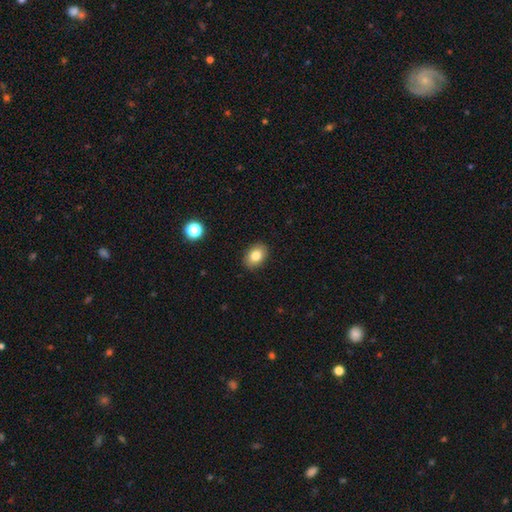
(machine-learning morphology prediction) Smooth or featured? Predicted: smooth (p=0.82). How rounded? Predicted: in between (p=0.73). Merging? Predicted: none (p=0.88).